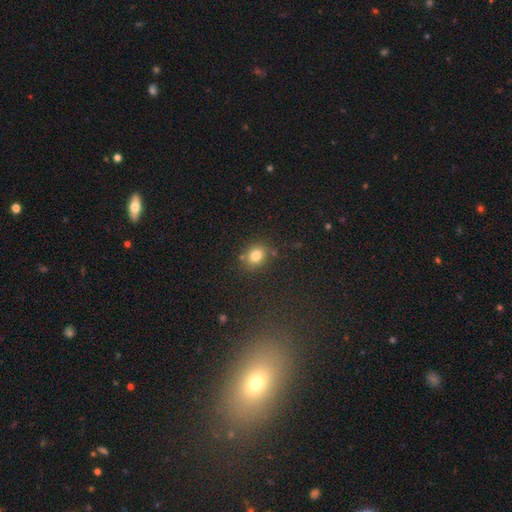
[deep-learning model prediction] Q: Smooth or featured?
A: smooth (80%); runner-up: star or artifact (13%)
Q: How rounded?
A: round (55%); runner-up: in between (43%)
Q: Merging?
A: none (76%); runner-up: minor disturbance (13%)